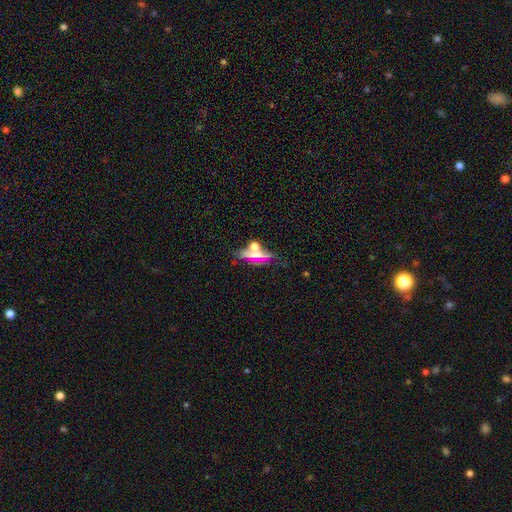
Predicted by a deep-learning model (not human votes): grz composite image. It shows a smooth galaxy with no disk features (49%). Merging: none (53%).